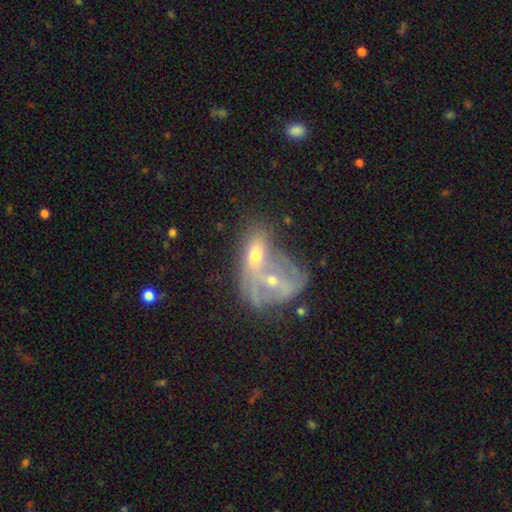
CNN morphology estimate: This appears to be a featured or disk galaxy (46%). Merging: merger (61%).